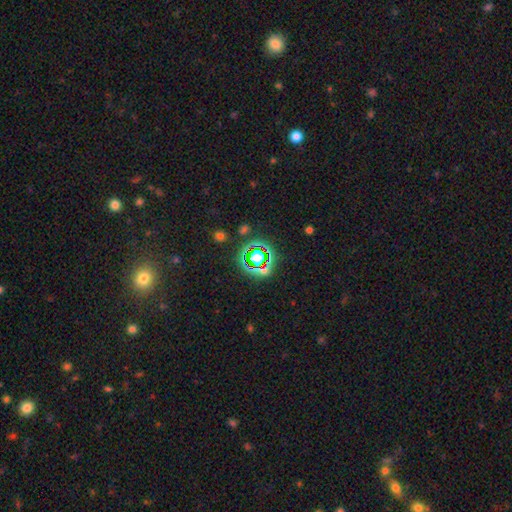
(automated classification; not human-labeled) The model was most divided on "smooth or featured": star or artifact: 65%, smooth: 23%, featured or disk: 12%.